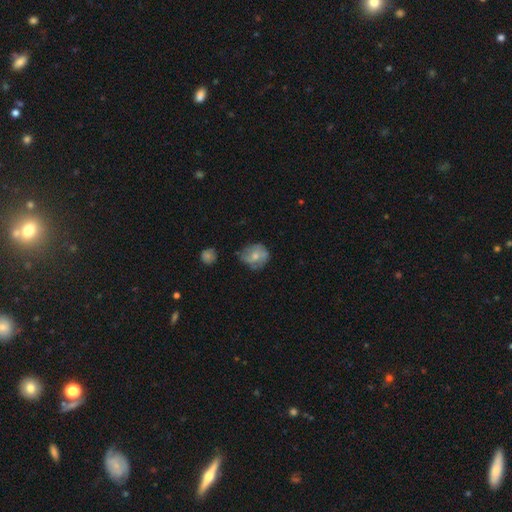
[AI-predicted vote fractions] Smooth or featured? smooth (52%)
How rounded? round (71%)
Merging? none (58%)